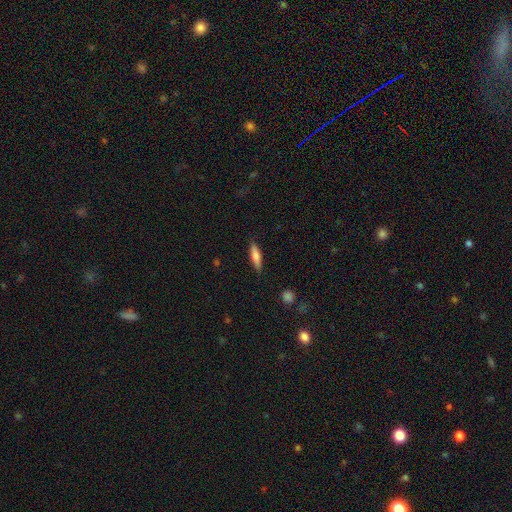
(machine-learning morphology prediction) Smooth or featured? smooth (64%)
How rounded? cigar-shaped (73%)
Merging? none (87%)